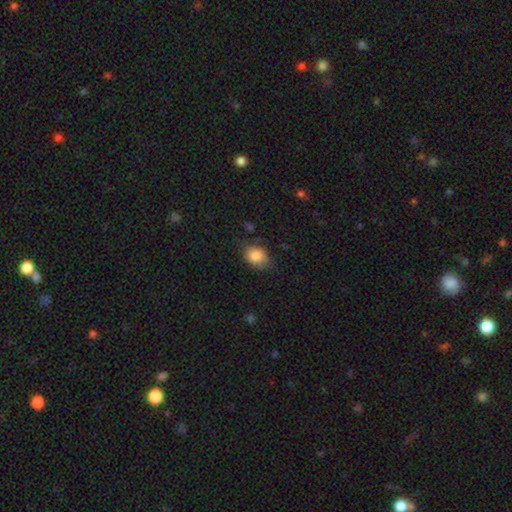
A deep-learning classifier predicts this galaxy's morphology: Overall: smooth (84%). How rounded: in between (65%; round 34%). Merging: none (66%; minor disturbance 26%).